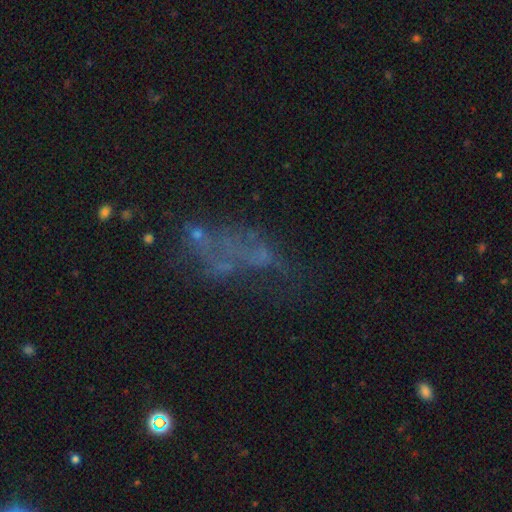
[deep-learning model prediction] A featured or disk galaxy (47%). Merging: none (39%).